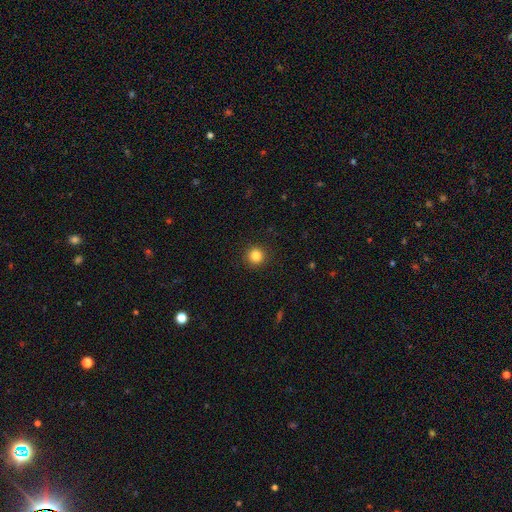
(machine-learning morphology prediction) smooth 84%, star or artifact 12%, featured or disk 5%. Down the decision tree: how rounded — round (95%); merging — none (92%).